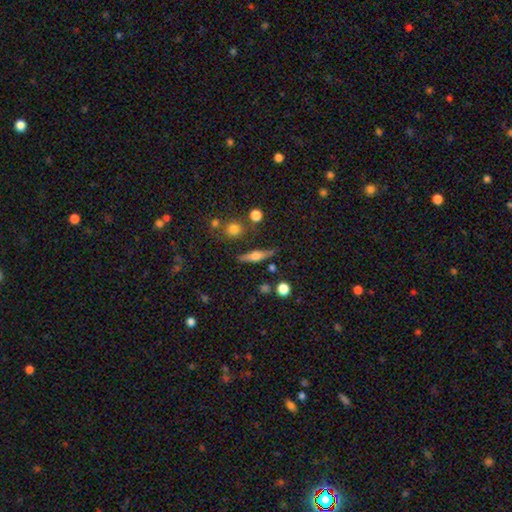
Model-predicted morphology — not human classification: A featured or disk galaxy (49%). Merging: none (78%).